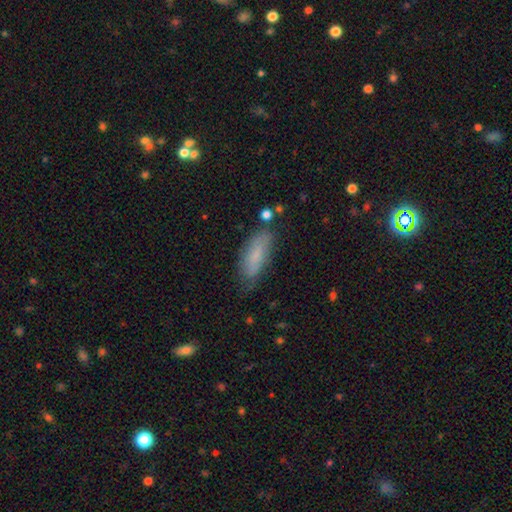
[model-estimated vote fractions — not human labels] smooth-or-featured: smooth: 75% | featured or disk: 17% | star or artifact: 7%
  how-rounded: in between: 69% | cigar-shaped: 29% | round: 2%
  merging: none: 67% | minor disturbance: 24% | major disturbance: 6% | merger: 3%